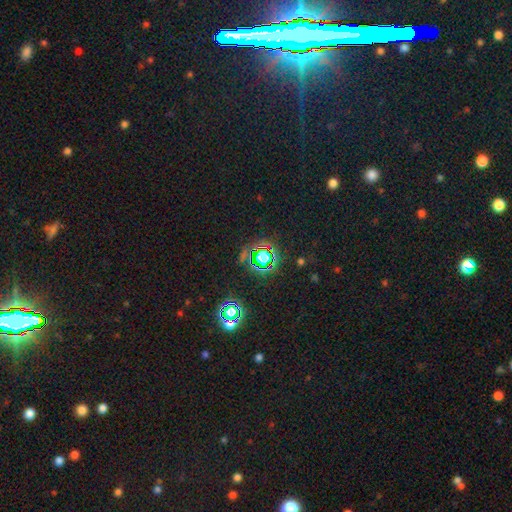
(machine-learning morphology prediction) Smooth or featured: star or artifact — 81% (smooth — 12%)